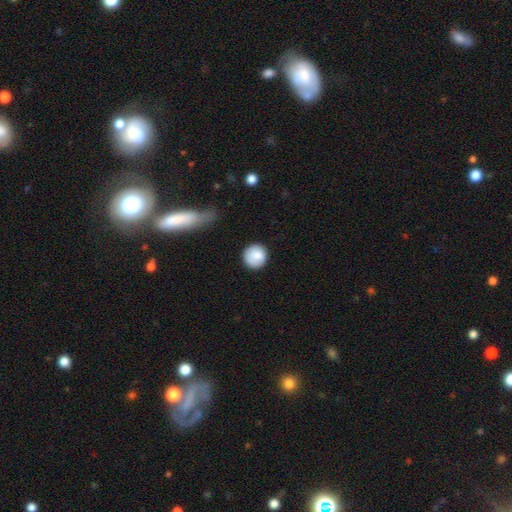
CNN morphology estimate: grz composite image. It shows a smooth galaxy with no disk features (86%) that is round (92%). Merging: none (83%).